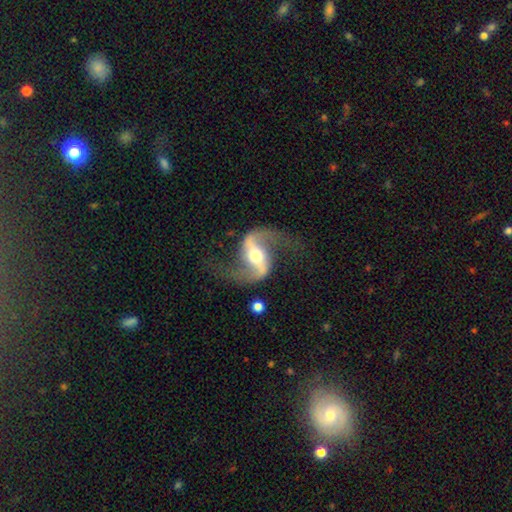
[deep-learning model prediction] Smooth or featured? Predicted: featured or disk (p=0.92). Edge-on disk? Predicted: no (p=0.96). Bar? Predicted: strong (p=0.56). Spiral arms? Predicted: yes (p=0.97). Spiral winding? Predicted: loose (p=0.72). Spiral arm count? Predicted: 2 (p=0.94). Bulge size? Predicted: moderate (p=0.67). Merging? Predicted: none (p=0.77).